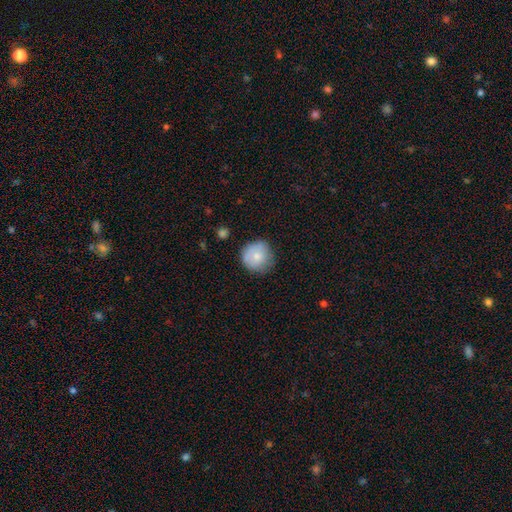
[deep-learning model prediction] Smooth or featured: smooth — 76% (featured or disk — 17%)
How rounded: round — 92% (in between — 7%)
Merging: none — 72% (minor disturbance — 21%)